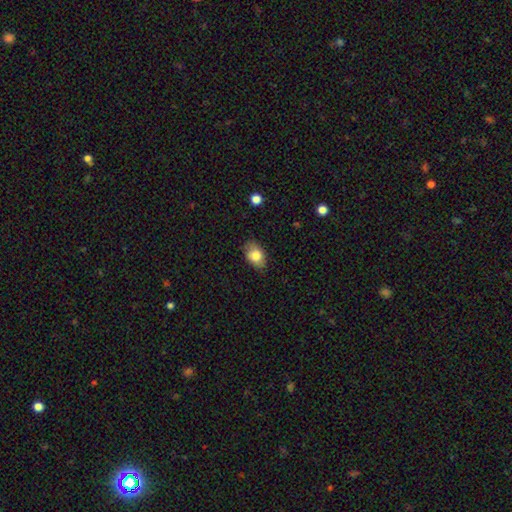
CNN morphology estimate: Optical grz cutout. It shows a smooth galaxy with no disk features (80%) that is in between round and cigar-shaped (85%). Merging: none (78%).